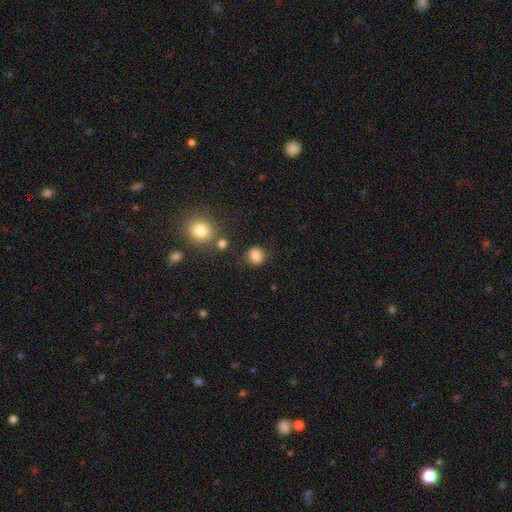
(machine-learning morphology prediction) smooth_or_featured: smooth (p=0.83) [alt: star or artifact p=0.12]
how_rounded: round (p=0.85) [alt: in between p=0.14]
merging: none (p=0.79) [alt: minor disturbance p=0.12]